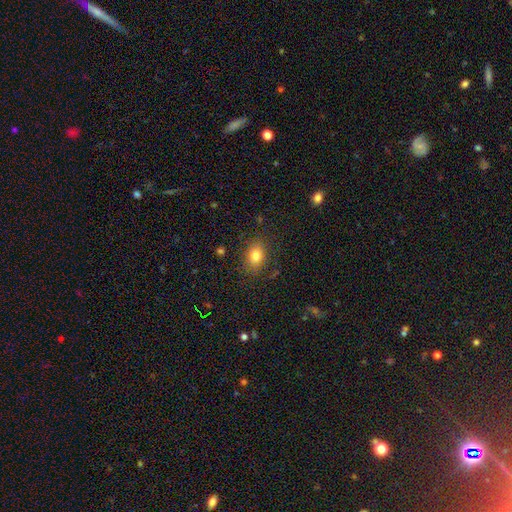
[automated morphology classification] Smooth or featured? Predicted: smooth (p=0.81). How rounded? Predicted: in between (p=0.68). Merging? Predicted: none (p=0.83).